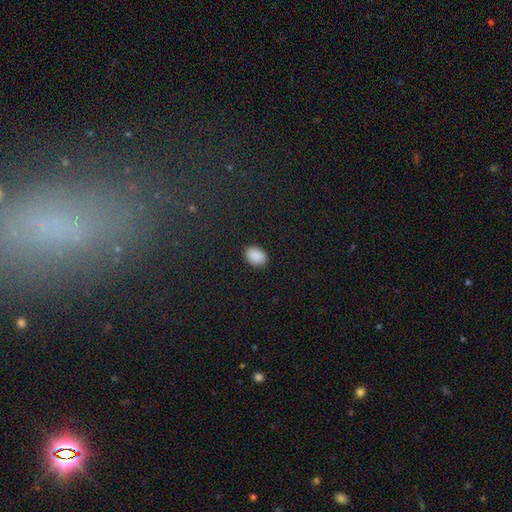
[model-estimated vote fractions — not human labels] smooth 89%, star or artifact 8%, featured or disk 3%. Down the decision tree: how rounded — in between (82%); merging — none (89%).